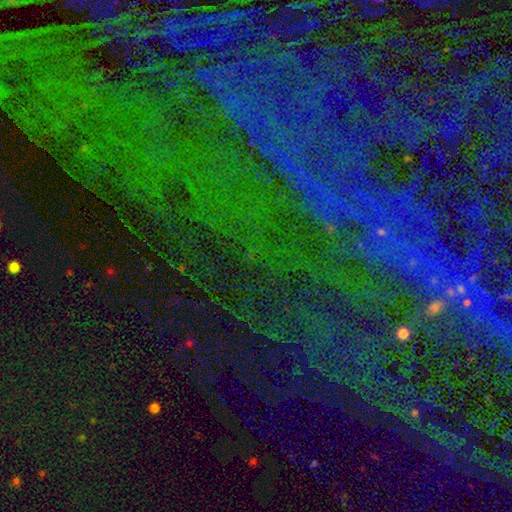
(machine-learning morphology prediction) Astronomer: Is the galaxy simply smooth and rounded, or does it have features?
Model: star or artifact — 80%.